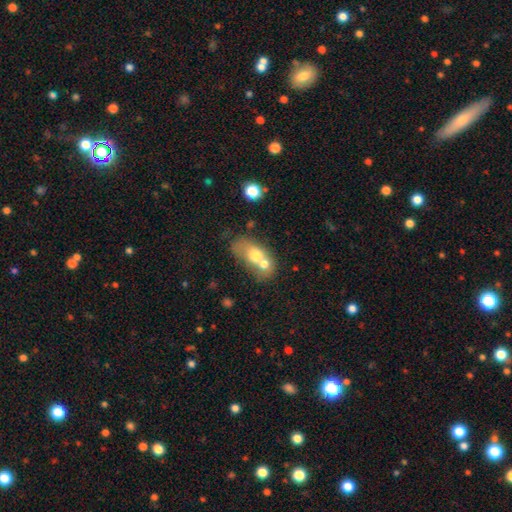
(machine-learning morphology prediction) A smooth galaxy with no disk features (63%) that is in between round and cigar-shaped (69%).

Vote fractions:
- Smooth or featured? smooth: 63% / featured or disk: 28% / star or artifact: 10%
- How rounded? in between: 69% / round: 28% / cigar-shaped: 3%
- Merging? merger: 64% / none: 21% / minor disturbance: 9% / major disturbance: 7%